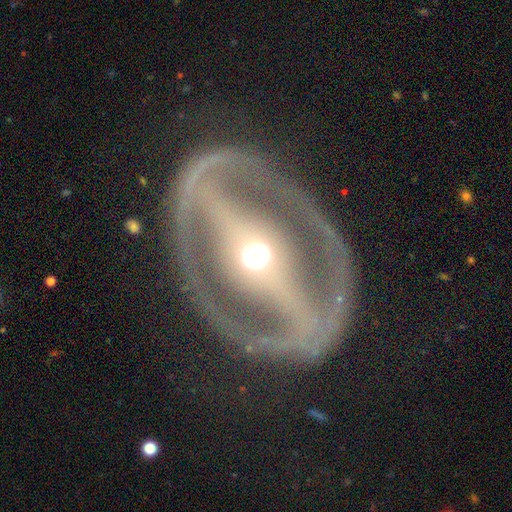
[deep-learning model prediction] This is clearly a featured or disk galaxy (85%). It is clearly not viewed edge-on (92%). Bar: likely strong (68%). Spiral arm pattern: possibly yes (54%). Central bulge: likely moderate (64%). Merging: likely none (77%).